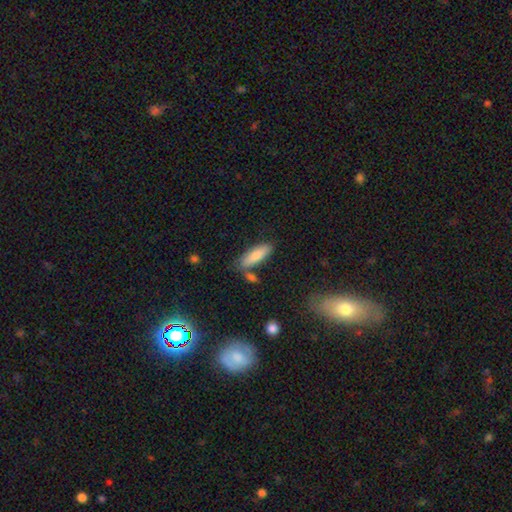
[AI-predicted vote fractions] Morphology: type=smooth (82%); roundness=in between (54%); merging=none (67%).